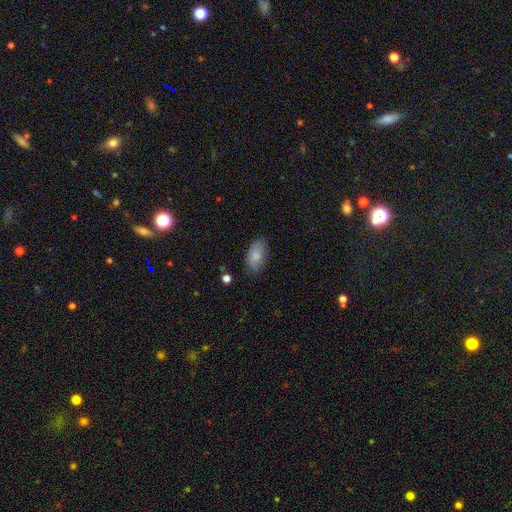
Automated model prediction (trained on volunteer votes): Q: Smooth or featured?
A: smooth (82%); runner-up: featured or disk (11%)
Q: How rounded?
A: in between (93%); runner-up: round (5%)
Q: Merging?
A: none (77%); runner-up: minor disturbance (18%)